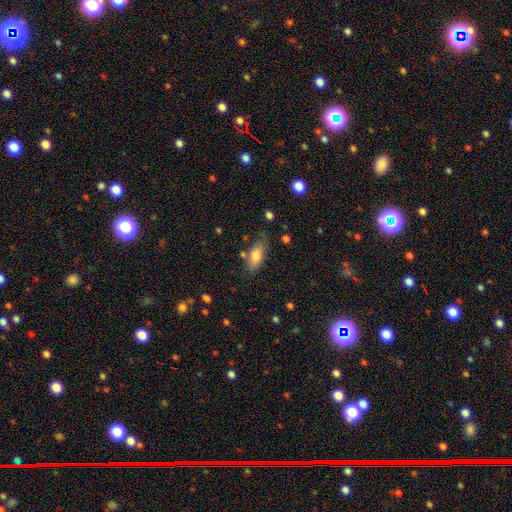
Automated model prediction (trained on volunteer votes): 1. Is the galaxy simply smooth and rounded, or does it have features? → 78% smooth, 15% featured or disk, 7% star or artifact.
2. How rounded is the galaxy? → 84% in between, 13% cigar-shaped, 3% round.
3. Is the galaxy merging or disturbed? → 65% none, 23% minor disturbance, 7% major disturbance, 6% merger.